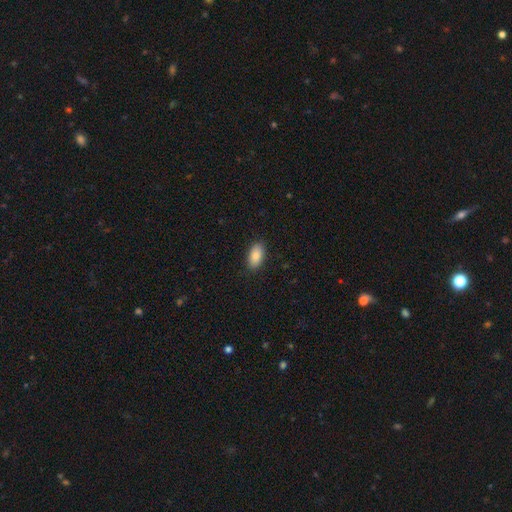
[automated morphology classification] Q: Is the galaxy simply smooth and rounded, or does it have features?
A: smooth — 88%.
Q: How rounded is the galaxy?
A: in between — 94%.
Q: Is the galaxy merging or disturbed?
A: none — 89%.